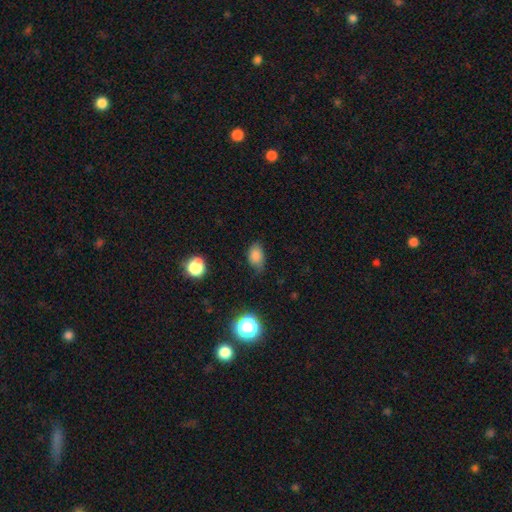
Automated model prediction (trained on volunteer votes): Smooth or featured? Predicted: smooth (p=0.82). How rounded? Predicted: in between (p=0.81). Merging? Predicted: none (p=0.64).